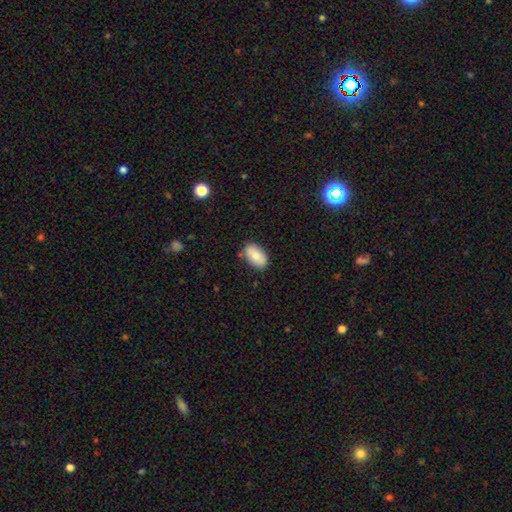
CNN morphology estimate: smooth 81%, featured or disk 12%, star or artifact 7%. Down the decision tree: how rounded — in between (93%); merging — none (82%).